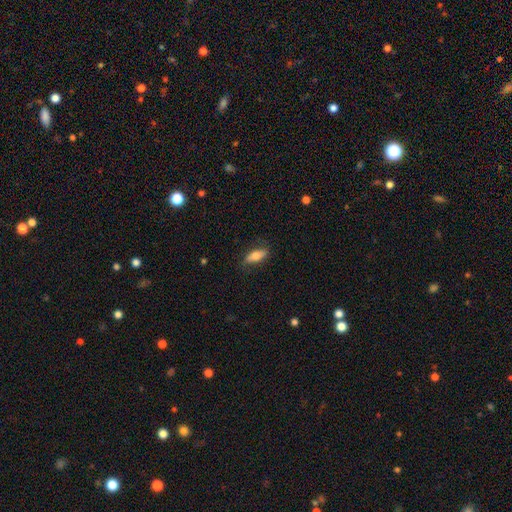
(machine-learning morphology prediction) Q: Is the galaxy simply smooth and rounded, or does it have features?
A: smooth — 71%.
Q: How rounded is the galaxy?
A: in between — 74%.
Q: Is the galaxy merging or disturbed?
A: none — 74%.